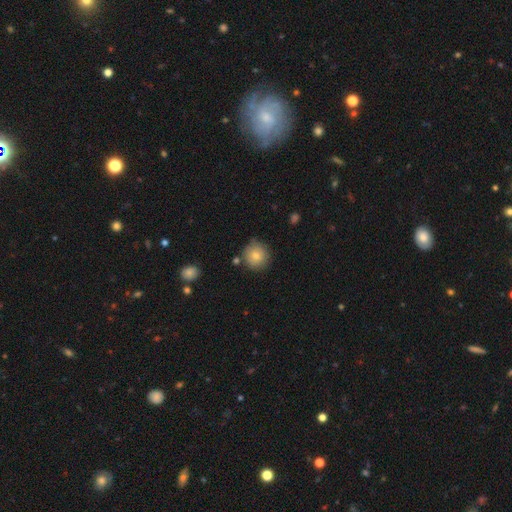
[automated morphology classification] The model was most divided on "merging": none: 80%, minor disturbance: 13%, merger: 4%, major disturbance: 3%. More confident: how rounded — round (93%); smooth or featured — smooth (80%).